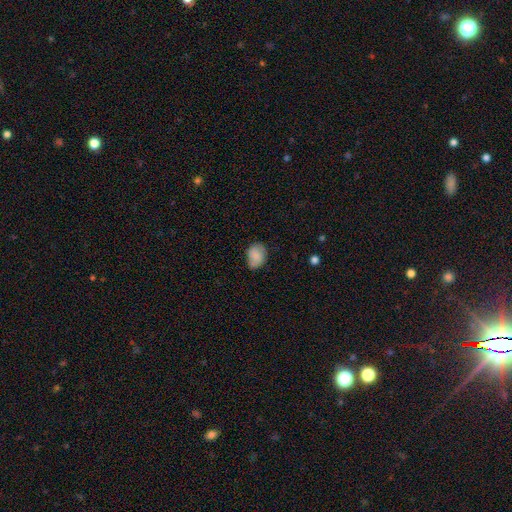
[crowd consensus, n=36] Q: Smooth or featured?
A: smooth (83%); runner-up: featured or disk (14%)
Q: How rounded?
A: in between (70%); runner-up: round (30%)
Q: Merging?
A: none (66%); runner-up: minor disturbance (29%)